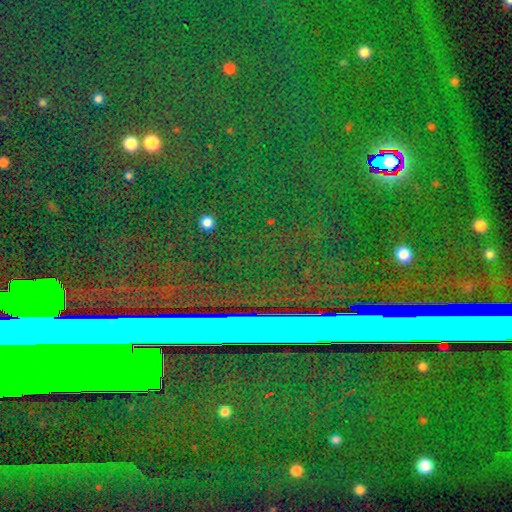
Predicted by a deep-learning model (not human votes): Smooth or featured?
  - star or artifact: 84% *
  - featured or disk: 8%
  - smooth: 8%